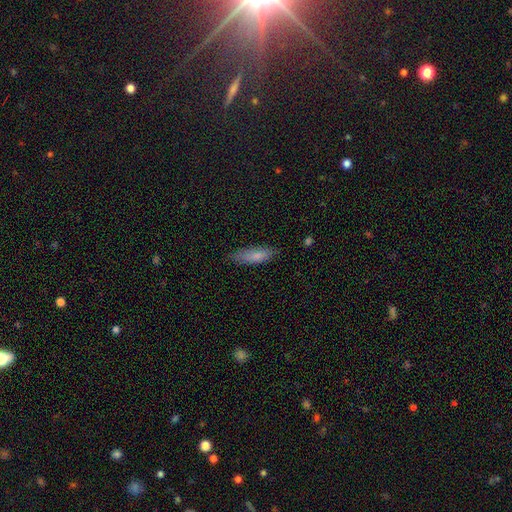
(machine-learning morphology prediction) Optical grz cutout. It shows a smooth galaxy with no disk features (80%) that is in between round and cigar-shaped (54%). Merging: none (76%).